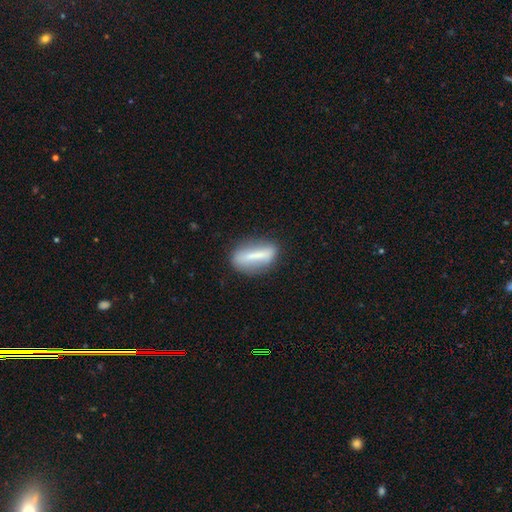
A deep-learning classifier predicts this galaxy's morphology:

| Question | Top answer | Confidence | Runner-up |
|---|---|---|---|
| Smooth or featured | smooth | 53% | featured or disk (39%) |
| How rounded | cigar-shaped | 50% | in between (44%) |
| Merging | none | 78% | minor disturbance (14%) |